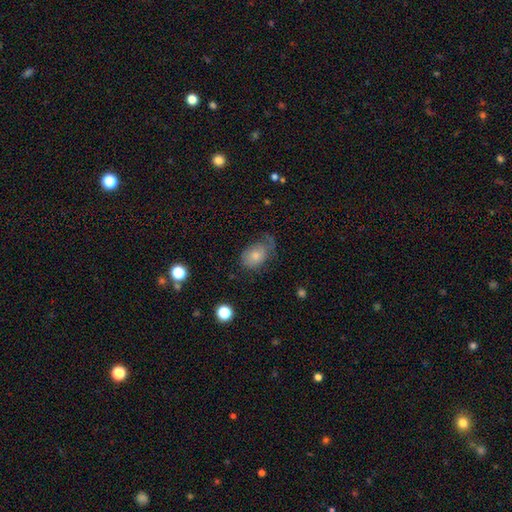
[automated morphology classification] Smooth or featured: smooth — 70% (featured or disk — 21%)
How rounded: in between — 79% (round — 20%)
Merging: none — 38% (minor disturbance — 31%)